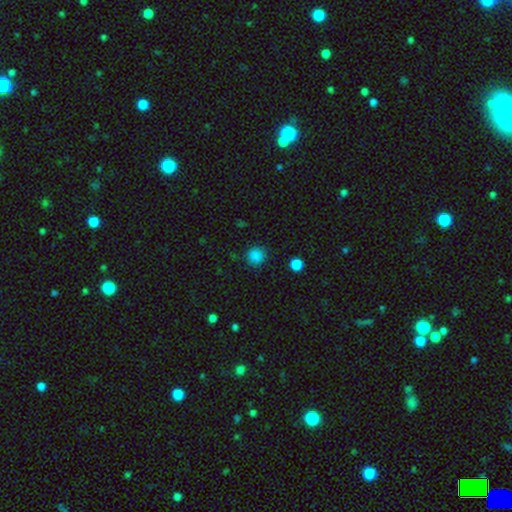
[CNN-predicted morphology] Smooth or featured: smooth — 85% (star or artifact — 12%)
How rounded: round — 92% (in between — 7%)
Merging: none — 87% (minor disturbance — 9%)